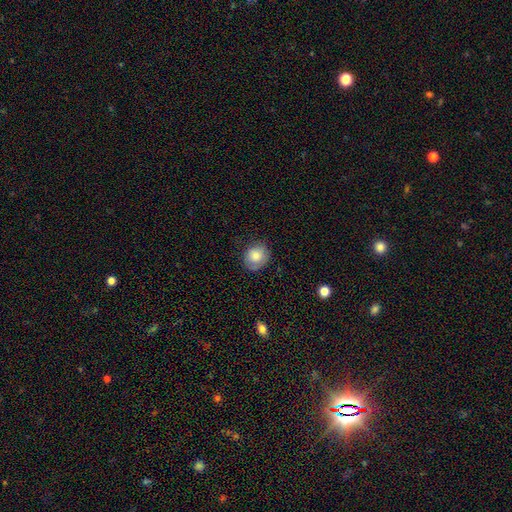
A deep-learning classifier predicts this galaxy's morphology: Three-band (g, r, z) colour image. It shows a smooth galaxy with no disk features (80%) that is round (69%). Merging: none (73%).